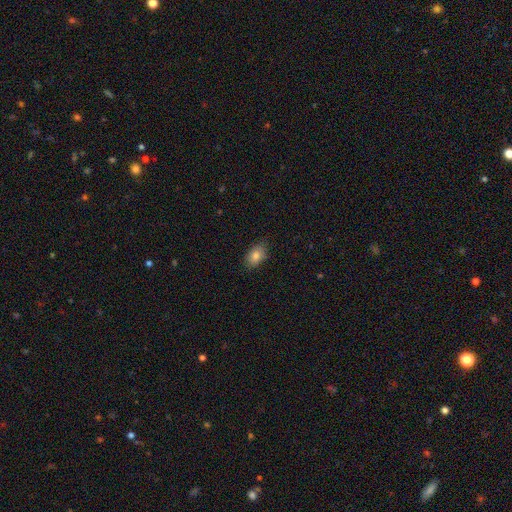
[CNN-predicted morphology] Smooth or featured? smooth (83%)
How rounded? in between (86%)
Merging? none (79%)